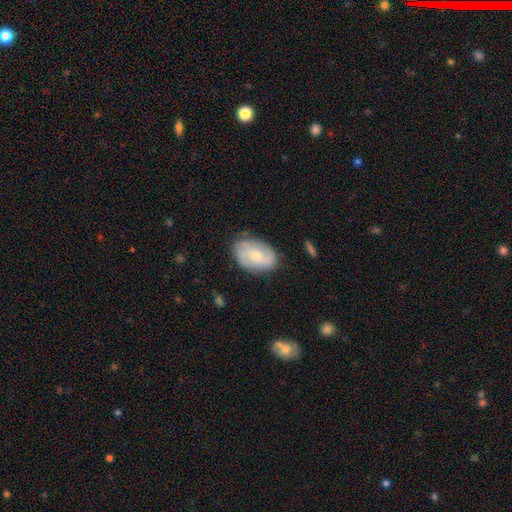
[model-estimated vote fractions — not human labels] Morphology: type=featured or disk (58%); edge-on=no (96%); bar=no (67%); spiral arms=yes (83%); bulge=small (54%); merging=none (76%).